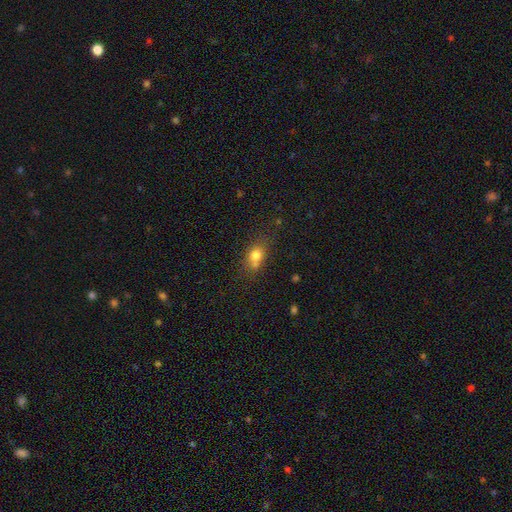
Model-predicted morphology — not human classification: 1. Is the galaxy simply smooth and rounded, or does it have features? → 75% smooth, 13% star or artifact, 12% featured or disk.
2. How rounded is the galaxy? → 56% in between, 41% round, 4% cigar-shaped.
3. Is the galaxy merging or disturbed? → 50% none, 22% minor disturbance, 20% merger, 8% major disturbance.